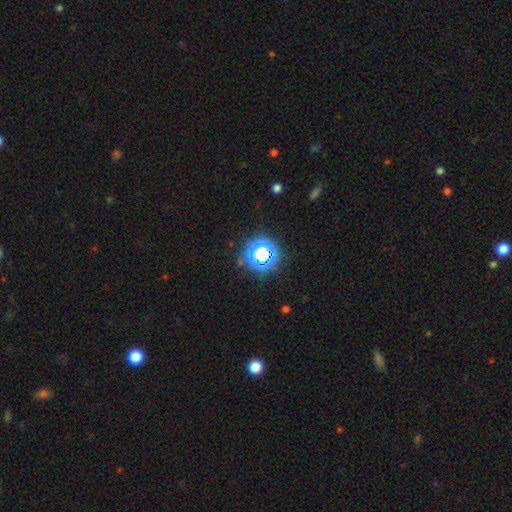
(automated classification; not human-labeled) Overall: star or artifact (72%).